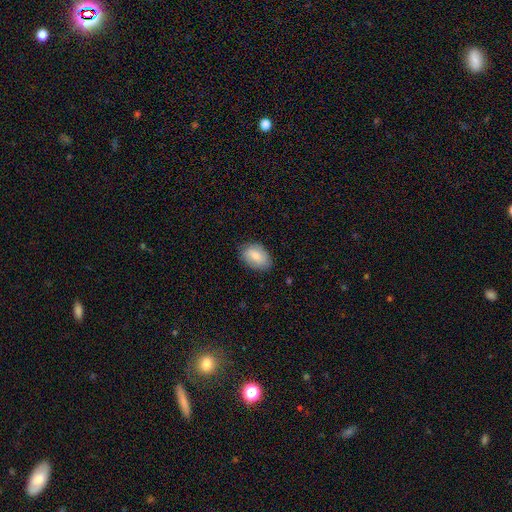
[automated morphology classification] type=smooth (80%); roundness=in between (88%); merging=none (81%).